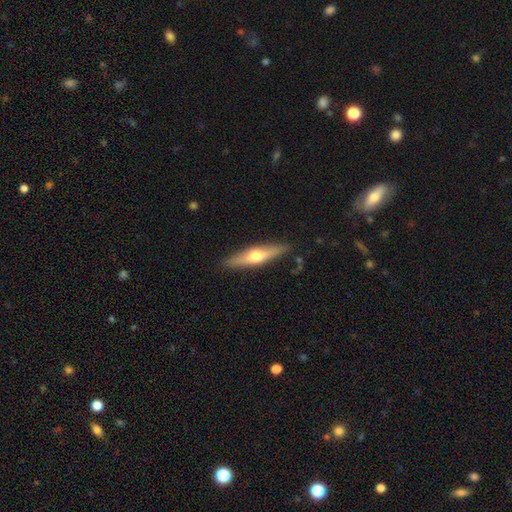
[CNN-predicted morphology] A featured or disk galaxy (56%) viewed edge-on (93%) with a rounded central bulge (93%). Merging: none (87%).